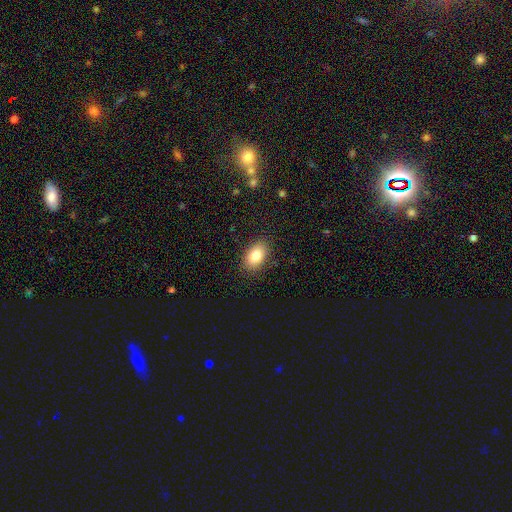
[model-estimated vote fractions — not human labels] This is clearly a smooth galaxy (82%). How rounded: clearly in between (89%). Merging: clearly none (87%).